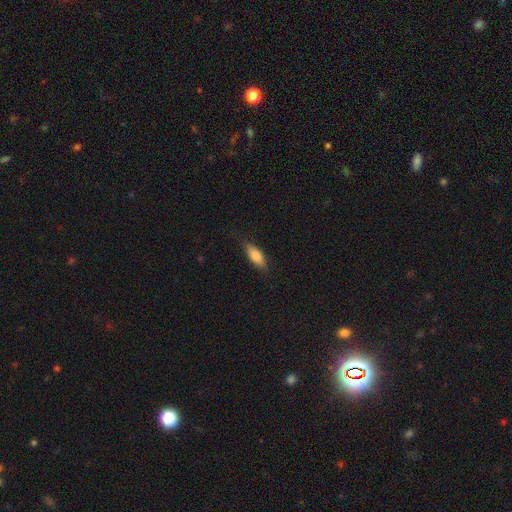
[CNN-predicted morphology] Smooth or featured? smooth (77%)
How rounded? in between (70%)
Merging? none (80%)